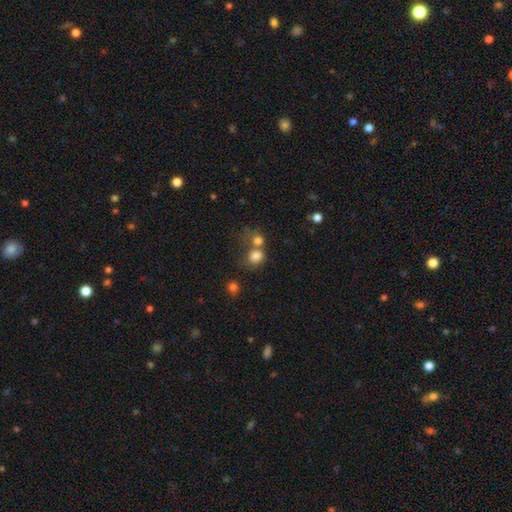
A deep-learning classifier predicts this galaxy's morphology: This appears to be a smooth galaxy with no disk features (79%) that is round (70%). Merging: merger (44%).